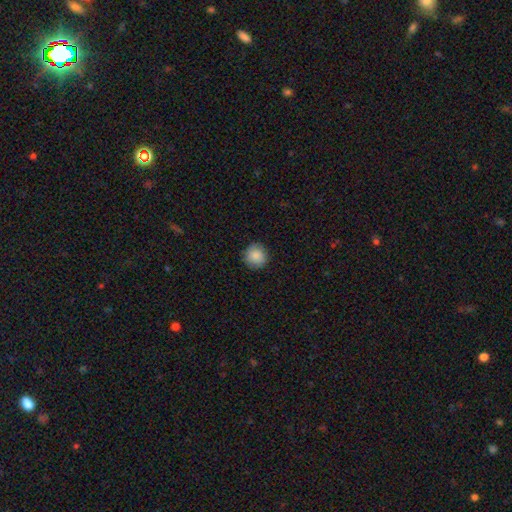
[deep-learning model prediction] Smooth or featured? Predicted: smooth (p=0.87). How rounded? Predicted: round (p=0.94). Merging? Predicted: none (p=0.88).